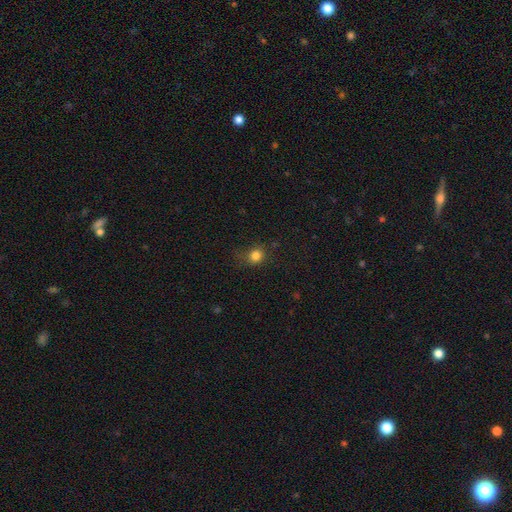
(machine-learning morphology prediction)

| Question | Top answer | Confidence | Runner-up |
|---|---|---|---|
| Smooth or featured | smooth | 82% | star or artifact (13%) |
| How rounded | round | 76% | in between (23%) |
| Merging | none | 72% | minor disturbance (19%) |